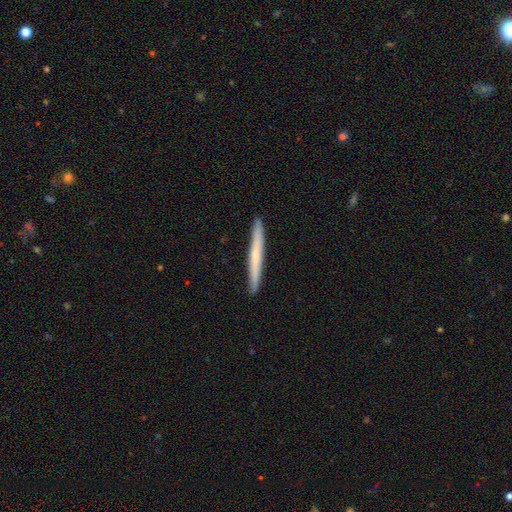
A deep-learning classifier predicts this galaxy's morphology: Smooth or featured: smooth — 53% (featured or disk — 41%)
How rounded: cigar-shaped — 97% (in between — 2%)
Merging: none — 93% (minor disturbance — 5%)